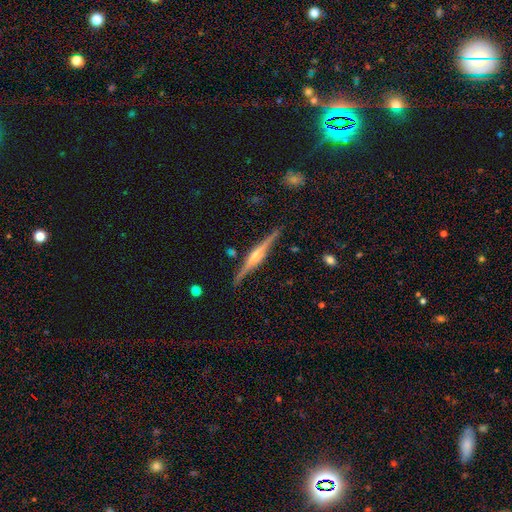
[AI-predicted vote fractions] featured or disk 83%, smooth 11%, star or artifact 6%. Down the decision tree: edge-on disk — yes (98%); edge-on bulge — rounded (83%); merging — none (89%).